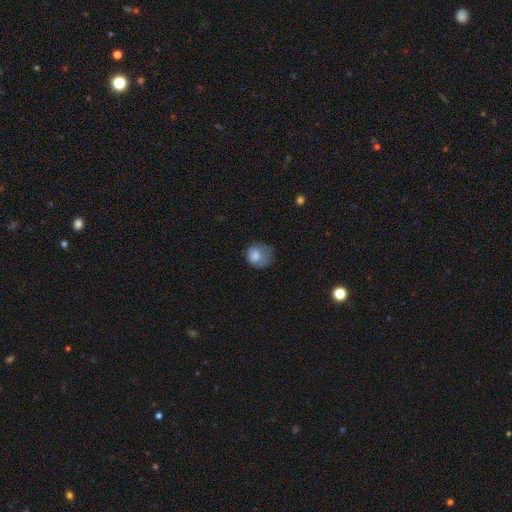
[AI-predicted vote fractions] Smooth or featured? smooth (78%)
How rounded? round (71%)
Merging? none (41%)